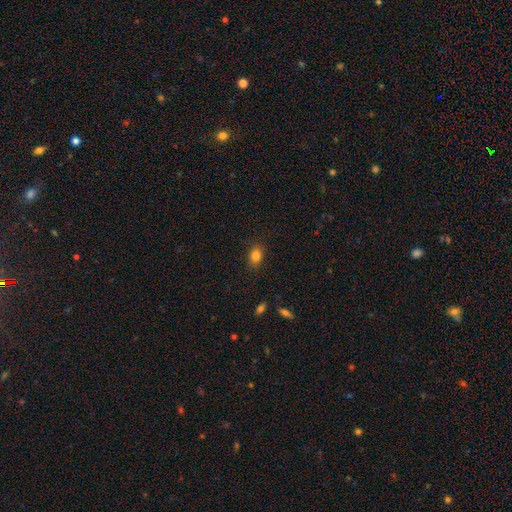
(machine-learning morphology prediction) Smooth or featured? Predicted: smooth (p=0.83). How rounded? Predicted: in between (p=0.72). Merging? Predicted: none (p=0.84).